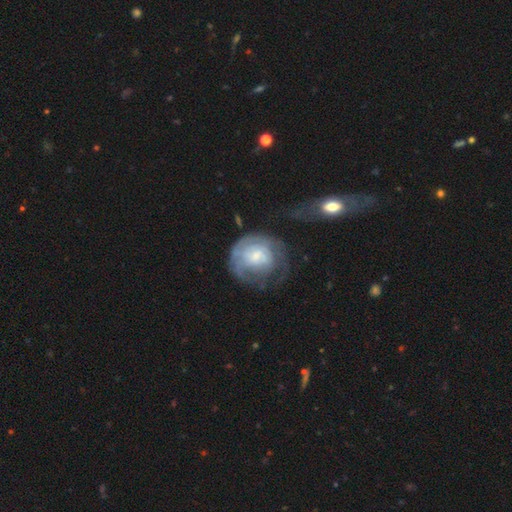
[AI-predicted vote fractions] This is possibly a featured or disk galaxy (58%). It is clearly not viewed edge-on (97%). Bar: likely no (66%). Spiral arm pattern: likely yes (65%). Central bulge: possibly small (47%). Merging: marginally none (40%).